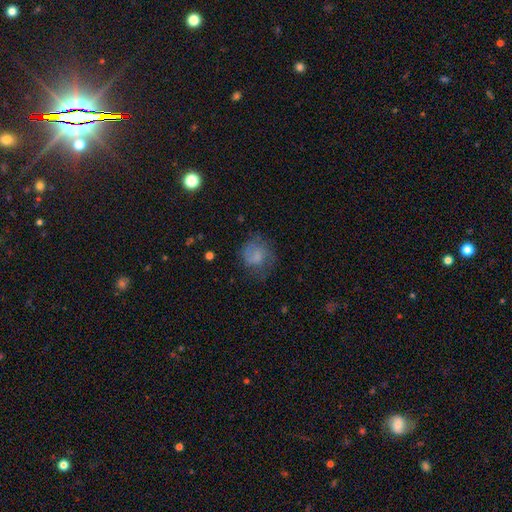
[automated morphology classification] Smooth or featured?
  - smooth: 63% *
  - featured or disk: 26%
  - star or artifact: 10%
How rounded?
  - round: 72% *
  - in between: 27%
  - cigar-shaped: 1%
Merging?
  - none: 51% *
  - minor disturbance: 26%
  - major disturbance: 22%
  - merger: 2%